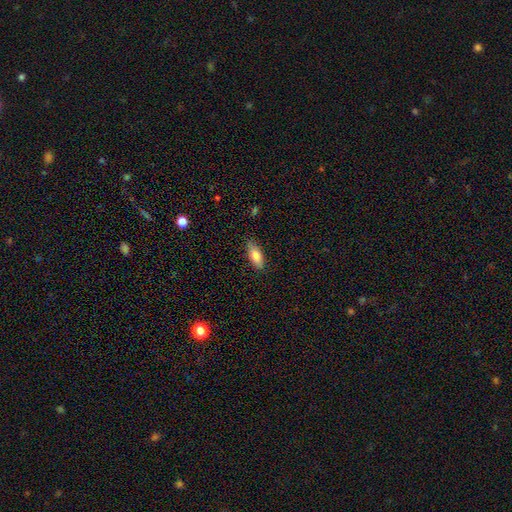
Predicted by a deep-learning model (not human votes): Overall: smooth (78%). How rounded: in between (78%). Merging: none (82%).